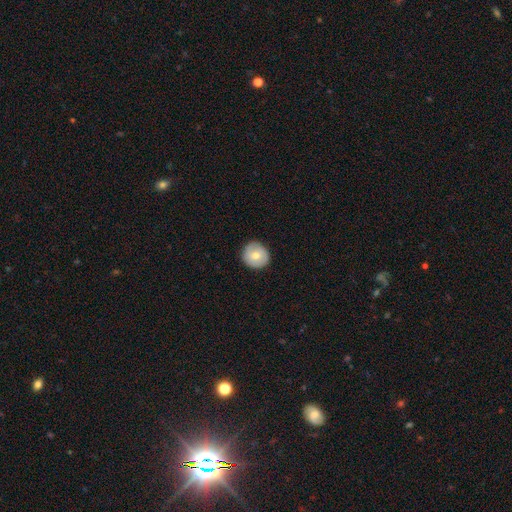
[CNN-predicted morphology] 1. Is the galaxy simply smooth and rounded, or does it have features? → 70% smooth, 22% featured or disk, 7% star or artifact.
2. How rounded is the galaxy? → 93% round, 6% in between, 1% cigar-shaped.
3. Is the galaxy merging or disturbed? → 89% none, 8% minor disturbance, 2% major disturbance, 1% merger.